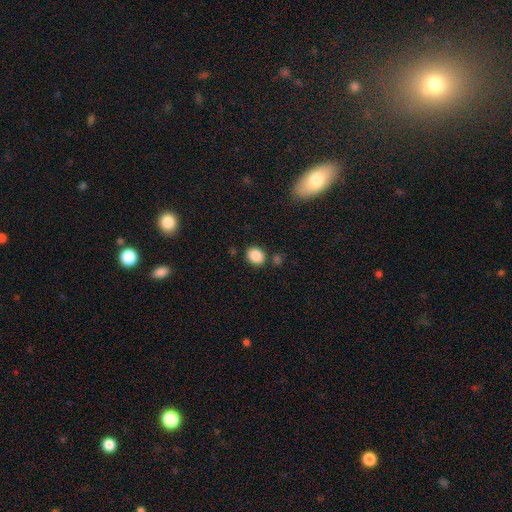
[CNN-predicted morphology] A smooth galaxy with no disk features (87%) that is round (53%).

Vote fractions:
- Smooth or featured? smooth: 87% / star or artifact: 9% / featured or disk: 4%
- How rounded? round: 53% / in between: 46% / cigar-shaped: 1%
- Merging? none: 80% / minor disturbance: 10% / merger: 7% / major disturbance: 3%